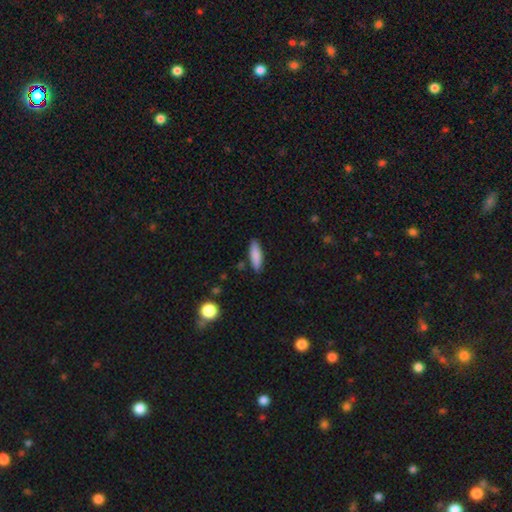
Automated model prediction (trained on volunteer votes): This appears to be a smooth galaxy with no disk features (85%) that is cigar-shaped (53%). Merging: none (85%).